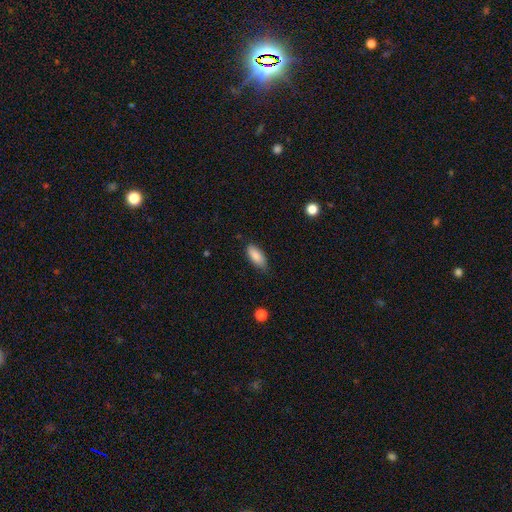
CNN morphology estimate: Smooth or featured: smooth — 87% (featured or disk — 7%)
How rounded: in between — 84% (cigar-shaped — 14%)
Merging: none — 75% (minor disturbance — 20%)